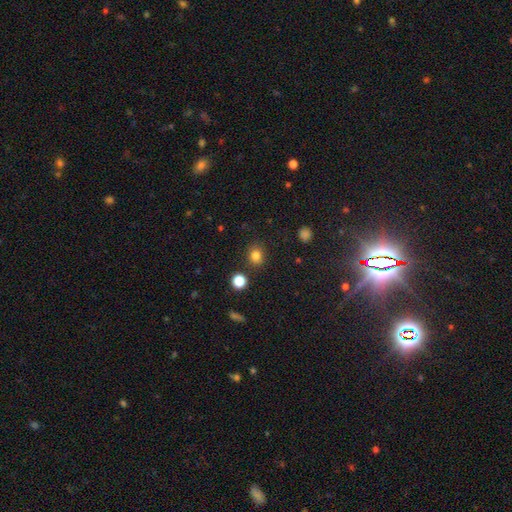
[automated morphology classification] smooth-or-featured: smooth: 81% | star or artifact: 13% | featured or disk: 5%
  how-rounded: round: 74% | in between: 26% | cigar-shaped: 1%
  merging: none: 84% | minor disturbance: 9% | merger: 4% | major disturbance: 3%